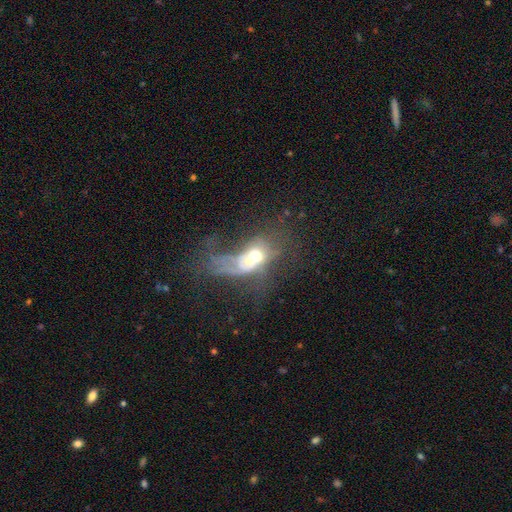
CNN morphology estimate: featured or disk 50%, smooth 37%, star or artifact 13%. Down the decision tree: edge-on disk — no (91%); merging — merger (60%).